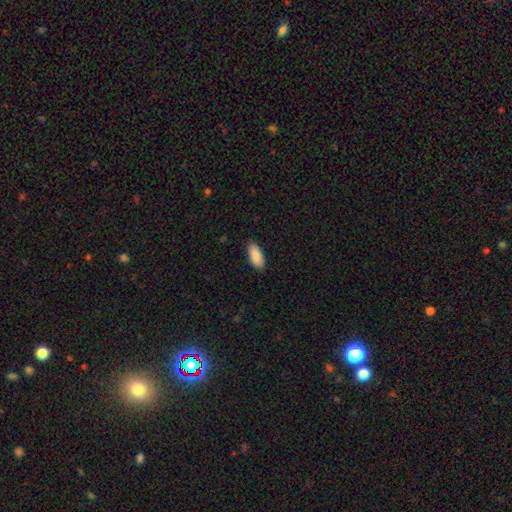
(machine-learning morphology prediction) smooth 90%, star or artifact 6%, featured or disk 4%. Down the decision tree: how rounded — in between (88%); merging — none (87%).